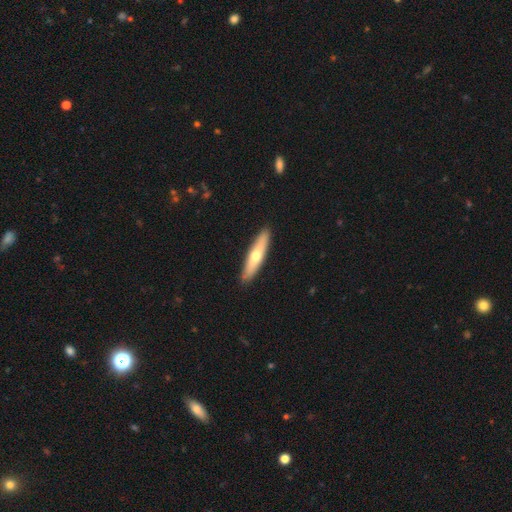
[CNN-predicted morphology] smooth 53%, featured or disk 42%, star or artifact 5%. Down the decision tree: how rounded — cigar-shaped (80%); merging — none (90%).